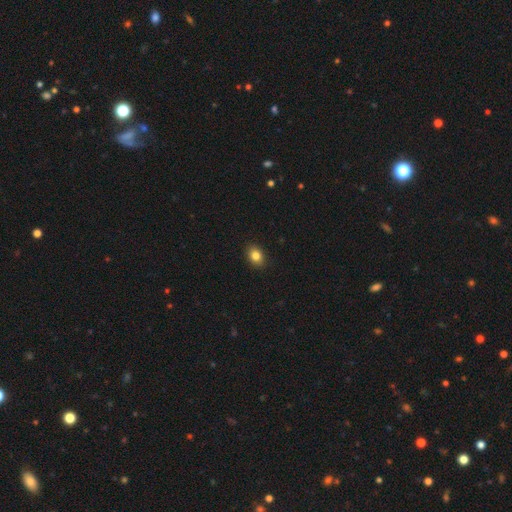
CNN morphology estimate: This is clearly a smooth galaxy (84%). How rounded: possibly in between (59%). Merging: clearly none (90%).